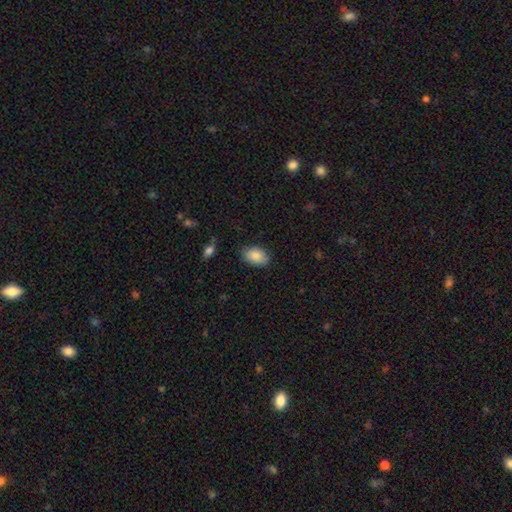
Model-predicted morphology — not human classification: smooth_or_featured: smooth (p=0.88) [alt: star or artifact p=0.07]
how_rounded: in between (p=0.89) [alt: round p=0.10]
merging: none (p=0.84) [alt: minor disturbance p=0.13]